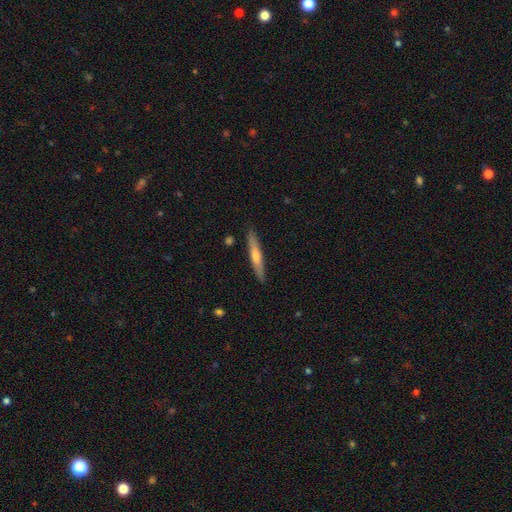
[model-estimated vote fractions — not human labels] featured or disk 51%, smooth 43%, star or artifact 6%. Down the decision tree: edge-on disk — yes (94%); merging — none (90%).